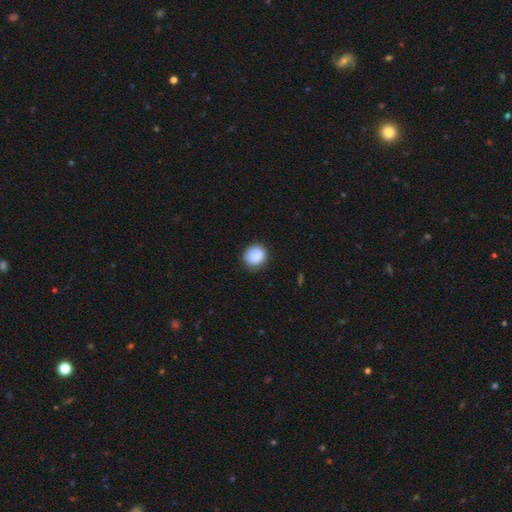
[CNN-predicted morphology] A smooth galaxy with no disk features (87%) that is round (84%).

Vote fractions:
- Smooth or featured? smooth: 87% / star or artifact: 7% / featured or disk: 5%
- How rounded? round: 84% / in between: 15% / cigar-shaped: 1%
- Merging? none: 82% / minor disturbance: 14% / major disturbance: 3% / merger: 1%